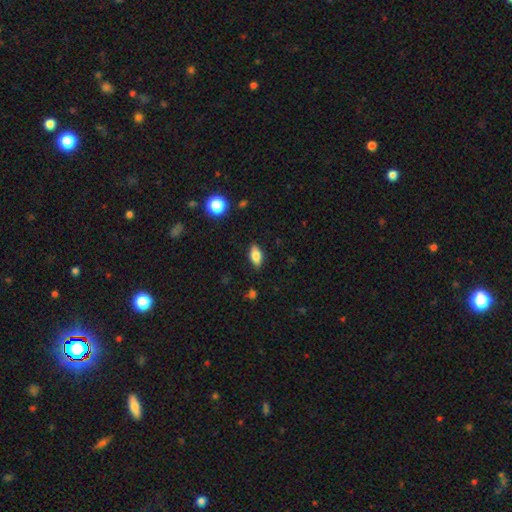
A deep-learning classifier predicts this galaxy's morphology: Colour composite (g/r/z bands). It shows a smooth galaxy with no disk features (76%) that is in between round and cigar-shaped (85%). Merging: none (85%).